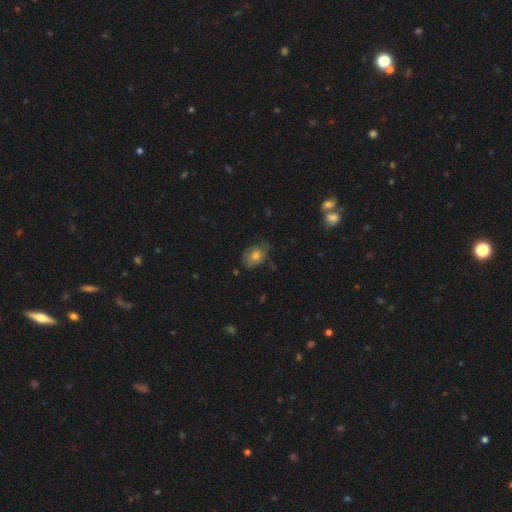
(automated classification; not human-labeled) Smooth or featured? Predicted: smooth (p=0.62). How rounded? Predicted: in between (p=0.71). Merging? Predicted: none (p=0.60).